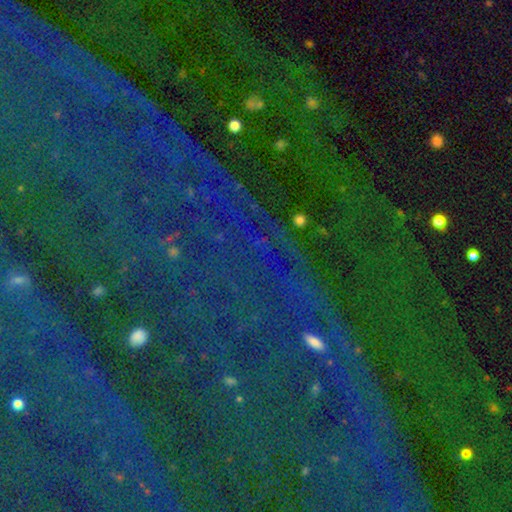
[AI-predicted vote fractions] Smooth or featured: star or artifact — 84% (smooth — 8%)